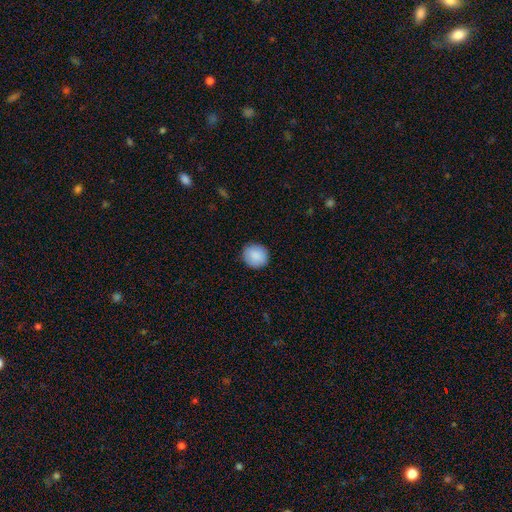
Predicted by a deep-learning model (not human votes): Morphology: type=smooth (89%); roundness=round (89%); merging=none (89%).